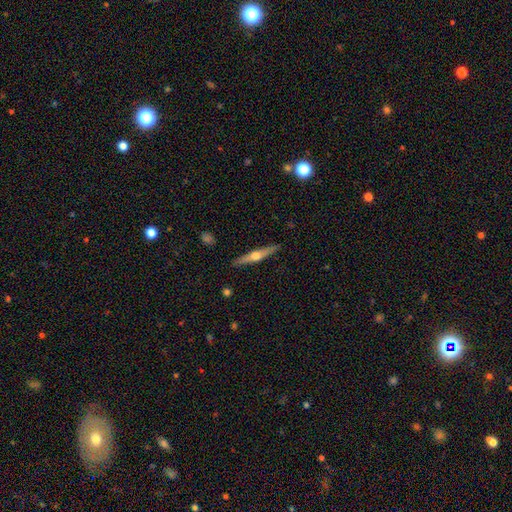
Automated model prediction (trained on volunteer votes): featured or disk 71%, smooth 23%, star or artifact 6%. Down the decision tree: edge-on disk — yes (97%); edge-on bulge — rounded (94%); merging — none (90%).